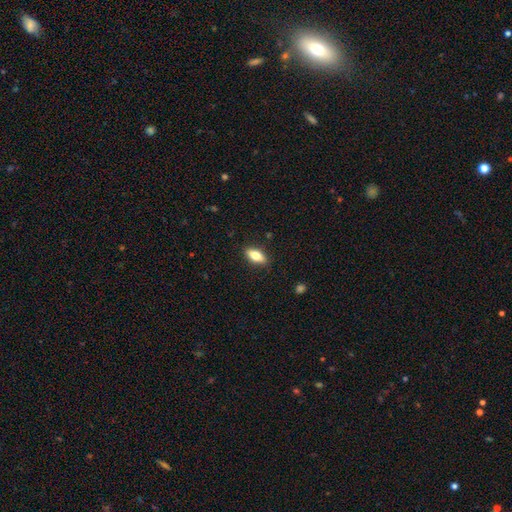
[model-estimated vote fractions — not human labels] This appears to be a smooth galaxy with no disk features (73%) that is in between round and cigar-shaped (81%). Merging: none (87%).